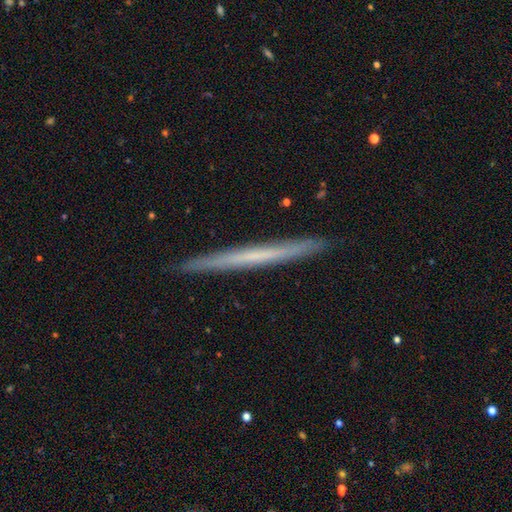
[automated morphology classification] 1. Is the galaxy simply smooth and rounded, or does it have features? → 52% featured or disk, 42% smooth, 6% star or artifact.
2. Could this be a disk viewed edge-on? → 97% yes, 3% no.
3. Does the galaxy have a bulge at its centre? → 92% none, 6% rounded, 3% boxy.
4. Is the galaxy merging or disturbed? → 92% none, 6% minor disturbance, 1% major disturbance, 1% merger.